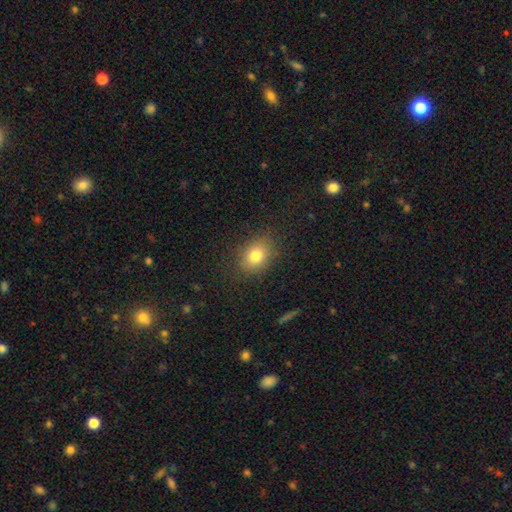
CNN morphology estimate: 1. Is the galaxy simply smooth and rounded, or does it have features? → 80% smooth, 11% star or artifact, 9% featured or disk.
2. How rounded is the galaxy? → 61% in between, 38% round, 1% cigar-shaped.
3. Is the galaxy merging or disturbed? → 83% none, 12% minor disturbance, 4% major disturbance, 1% merger.